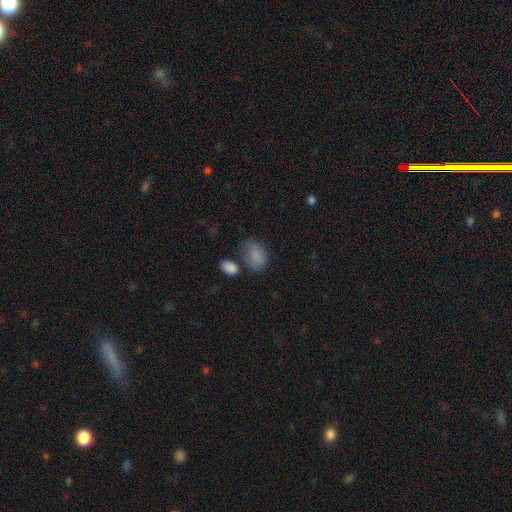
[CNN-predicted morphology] smooth-or-featured: smooth: 85% | star or artifact: 9% | featured or disk: 6%
  how-rounded: in between: 85% | round: 13% | cigar-shaped: 1%
  merging: none: 56% | minor disturbance: 24% | merger: 10% | major disturbance: 9%